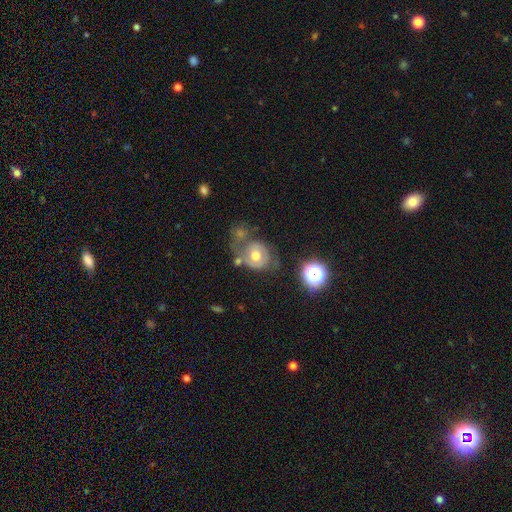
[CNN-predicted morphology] Smooth or featured: featured or disk — 47% (smooth — 42%)
Merging: none — 37% (minor disturbance — 22%)